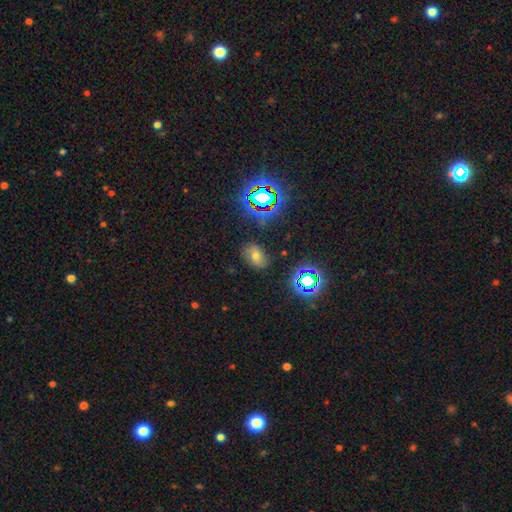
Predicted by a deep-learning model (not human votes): A smooth galaxy with no disk features (48%).

Vote fractions:
- Smooth or featured? smooth: 48% / star or artifact: 35% / featured or disk: 16%
- Merging? none: 80% / minor disturbance: 14% / major disturbance: 4% / merger: 2%